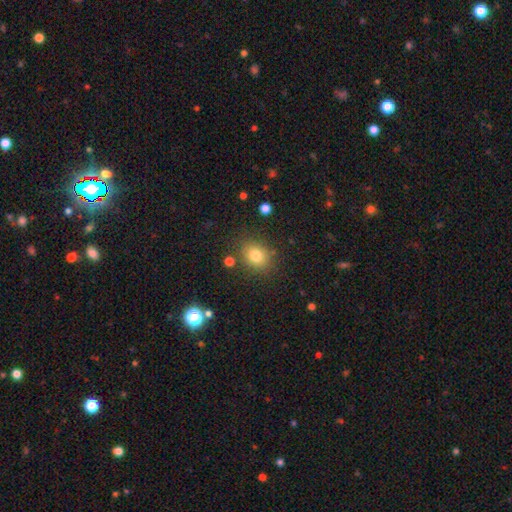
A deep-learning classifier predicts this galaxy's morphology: Smooth or featured: smooth — 79% (star or artifact — 13%)
How rounded: round — 62% (in between — 37%)
Merging: none — 82% (minor disturbance — 11%)